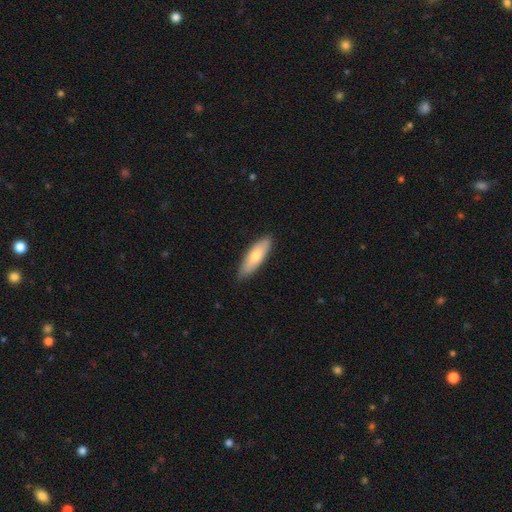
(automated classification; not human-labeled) smooth 72%, featured or disk 23%, star or artifact 5%. Down the decision tree: how rounded — cigar-shaped (49%, tied with in between); merging — none (87%).